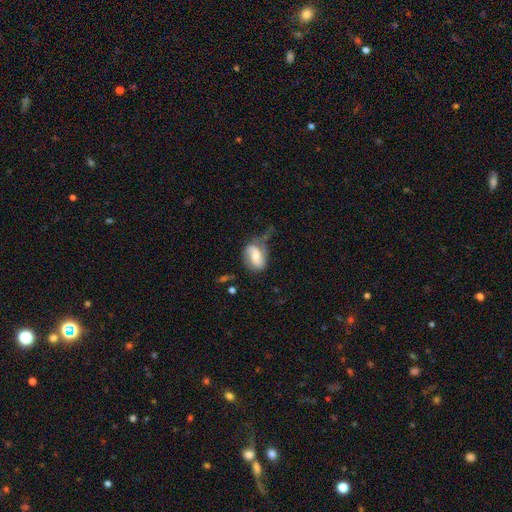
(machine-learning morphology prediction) This is possibly a smooth galaxy (49%). Merging: marginally none (39%).